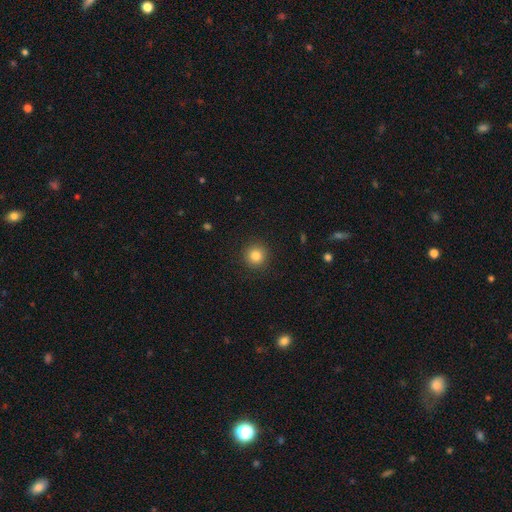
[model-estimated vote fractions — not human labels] Morphology: type=smooth (84%); roundness=round (94%); merging=none (92%).